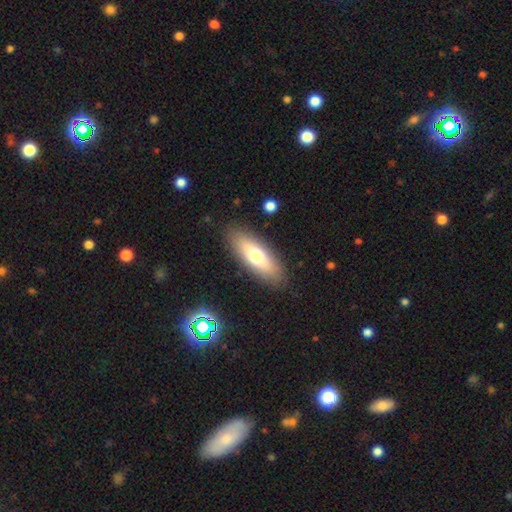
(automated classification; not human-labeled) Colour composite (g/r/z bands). It shows a smooth galaxy with no disk features (66%) that is in between round and cigar-shaped (68%). Merging: none (87%).